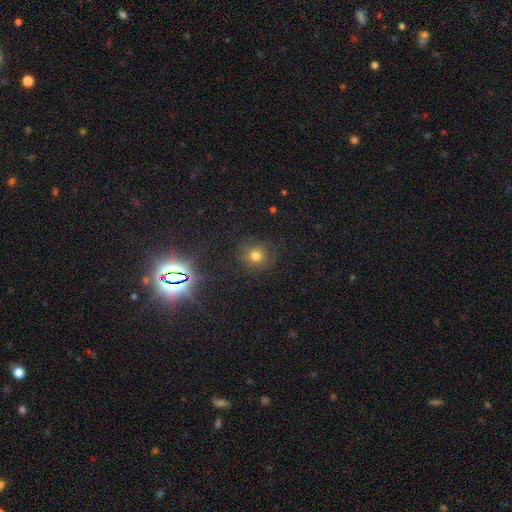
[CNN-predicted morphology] The model was most divided on "smooth or featured": smooth: 72%, star or artifact: 20%, featured or disk: 8%. More confident: how rounded — round (87%); merging — none (84%).